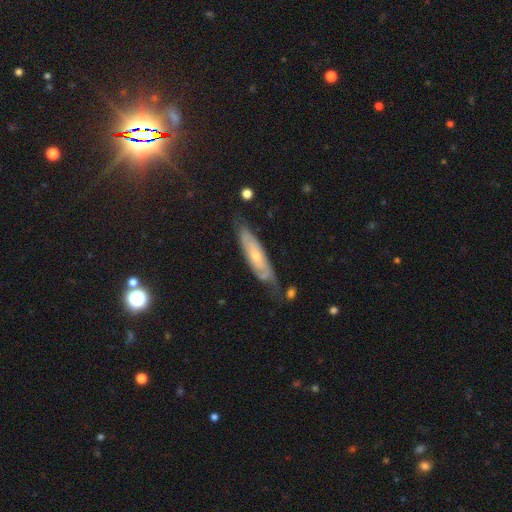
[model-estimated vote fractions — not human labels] Smooth or featured?
  - featured or disk: 64% *
  - smooth: 29%
  - star or artifact: 7%
Edge-on disk?
  - no: 62% *
  - yes: 38%
Merging?
  - none: 64% *
  - minor disturbance: 25%
  - major disturbance: 8%
  - merger: 3%